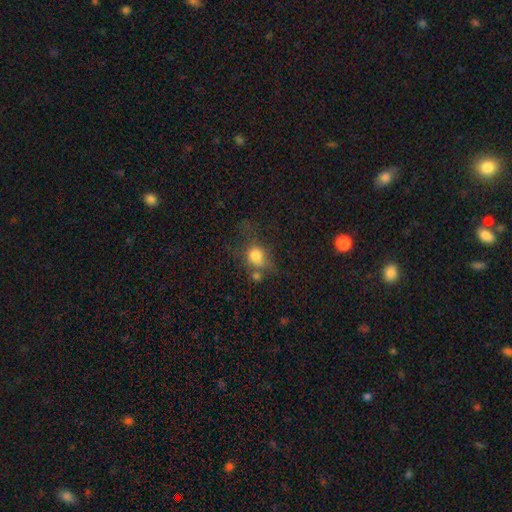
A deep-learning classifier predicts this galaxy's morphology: Overall: smooth (72%). How rounded: round (62%; in between 36%). Merging: none (41%; minor disturbance 23%).